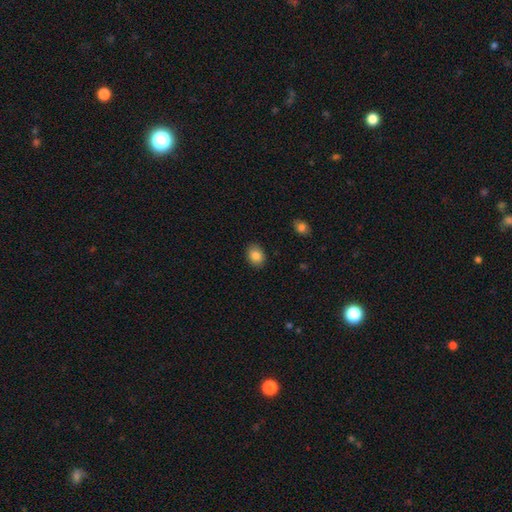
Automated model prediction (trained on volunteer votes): This is clearly a smooth galaxy (85%). How rounded: likely in between (63%). Merging: clearly none (88%).